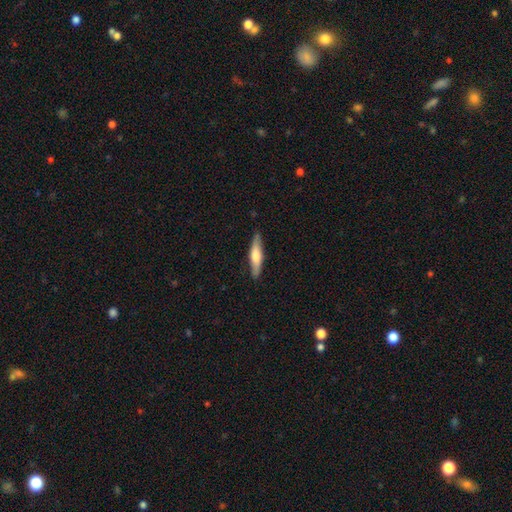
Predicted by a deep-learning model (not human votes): Q: Smooth or featured?
A: smooth (54%); runner-up: featured or disk (41%)
Q: How rounded?
A: cigar-shaped (81%); runner-up: in between (18%)
Q: Merging?
A: none (85%); runner-up: minor disturbance (12%)